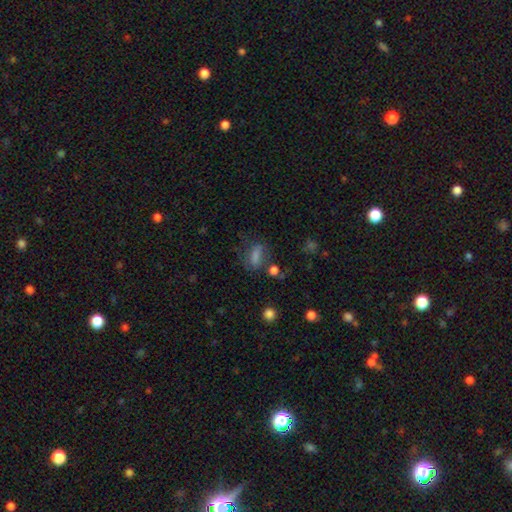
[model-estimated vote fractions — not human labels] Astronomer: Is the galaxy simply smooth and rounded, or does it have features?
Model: smooth — 74%.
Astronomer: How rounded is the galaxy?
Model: in between — 68%.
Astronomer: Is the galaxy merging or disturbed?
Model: none — 59%.